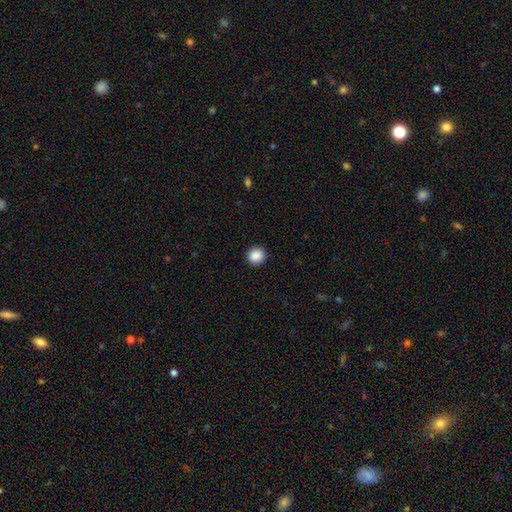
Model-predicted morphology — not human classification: Smooth or featured? smooth (89%)
How rounded? round (92%)
Merging? none (92%)